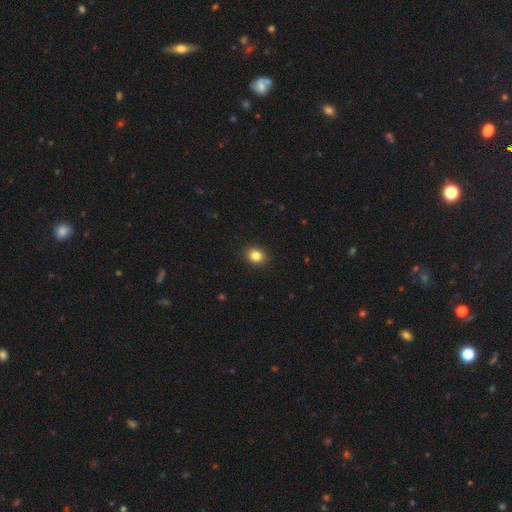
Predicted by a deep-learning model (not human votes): A smooth galaxy with no disk features (84%) that is round (67%).

Vote fractions:
- Smooth or featured? smooth: 84% / star or artifact: 11% / featured or disk: 5%
- How rounded? round: 67% / in between: 32% / cigar-shaped: 1%
- Merging? none: 91% / minor disturbance: 6% / major disturbance: 2% / merger: 1%